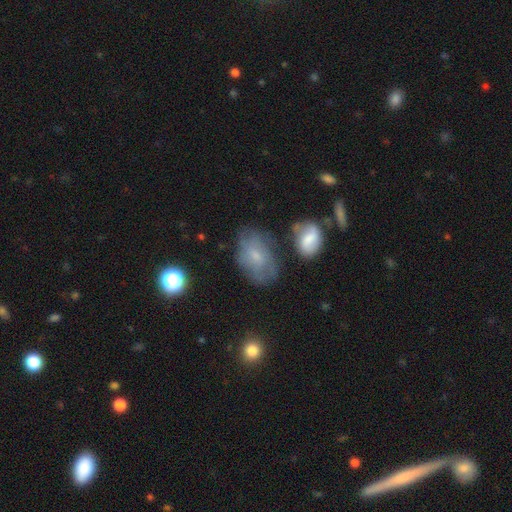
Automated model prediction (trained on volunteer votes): Smooth or featured?
  - smooth: 53% *
  - featured or disk: 36%
  - star or artifact: 10%
How rounded?
  - in between: 83% *
  - round: 15%
  - cigar-shaped: 1%
Merging?
  - none: 57% *
  - minor disturbance: 25%
  - major disturbance: 12%
  - merger: 6%